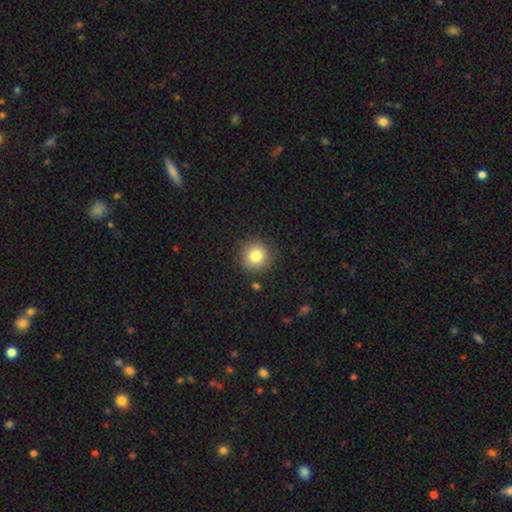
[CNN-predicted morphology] smooth-or-featured: smooth: 81% | star or artifact: 11% | featured or disk: 8%
  how-rounded: round: 94% | in between: 5% | cigar-shaped: 1%
  merging: none: 87% | minor disturbance: 8% | major disturbance: 3% | merger: 2%